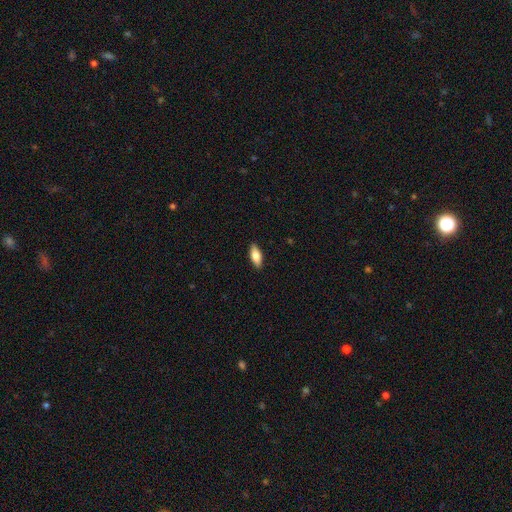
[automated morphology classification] Smooth or featured? smooth (77%)
How rounded? in between (80%)
Merging? none (89%)